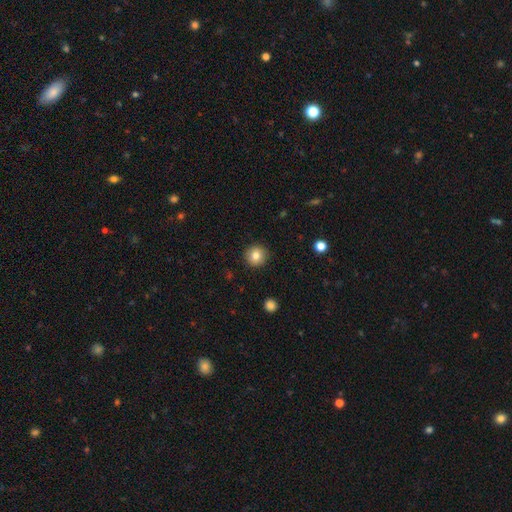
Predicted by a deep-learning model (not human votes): A smooth galaxy with no disk features (82%) that is round (94%).

Vote fractions:
- Smooth or featured? smooth: 82% / star or artifact: 10% / featured or disk: 8%
- How rounded? round: 94% / in between: 5% / cigar-shaped: 1%
- Merging? none: 91% / minor disturbance: 6% / major disturbance: 2% / merger: 1%